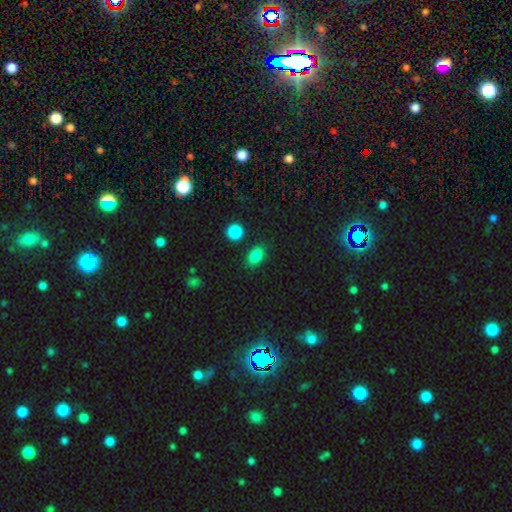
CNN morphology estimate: The model was most divided on "how rounded": in between: 77%, round: 21%, cigar-shaped: 2%. More confident: smooth or featured — smooth (84%); merging — none (81%).